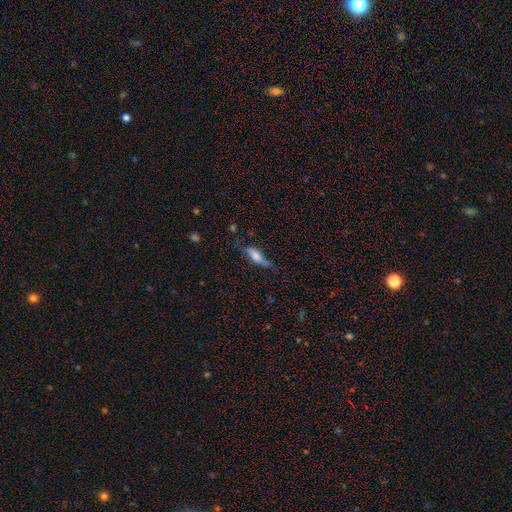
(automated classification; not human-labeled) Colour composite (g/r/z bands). It shows a smooth galaxy with no disk features (53%) that is cigar-shaped (53%). Merging: none (57%).